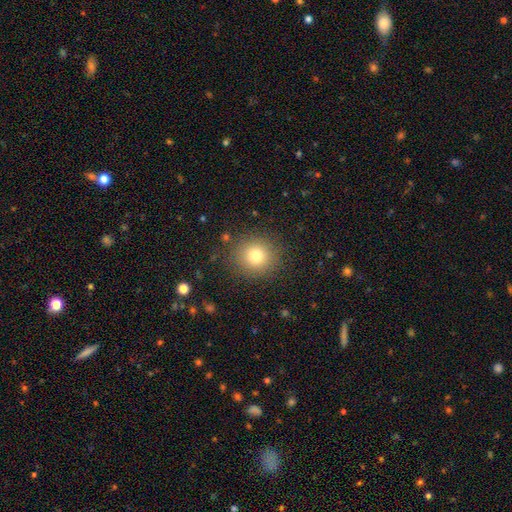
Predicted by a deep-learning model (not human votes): A smooth galaxy with no disk features (78%) that is round (92%). Merging: none (88%).